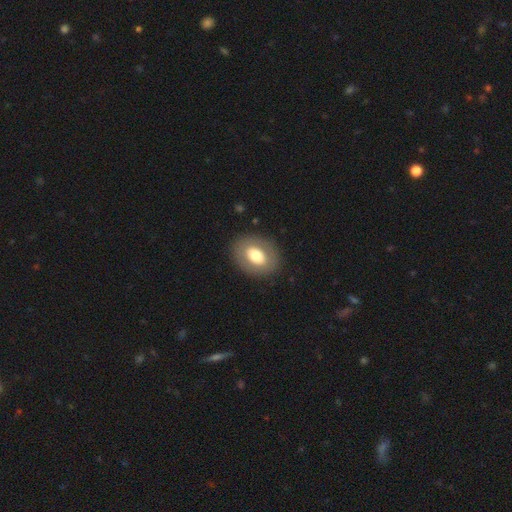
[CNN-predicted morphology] This is likely a smooth galaxy (66%). How rounded: likely in between (71%). Merging: clearly none (86%).